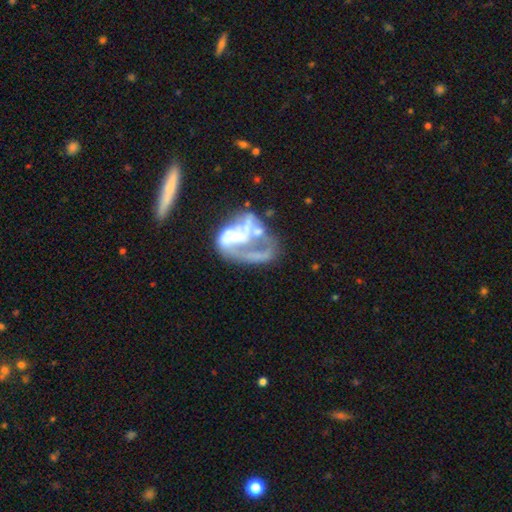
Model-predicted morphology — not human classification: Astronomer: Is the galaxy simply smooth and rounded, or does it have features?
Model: featured or disk — 72%.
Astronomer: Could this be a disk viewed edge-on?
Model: no — 97%.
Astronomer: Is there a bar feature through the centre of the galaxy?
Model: no — 74%.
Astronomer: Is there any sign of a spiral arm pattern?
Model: no — 57% (runner-up: yes, 43%).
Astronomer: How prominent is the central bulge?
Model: none — 42% (runner-up: small, 29%).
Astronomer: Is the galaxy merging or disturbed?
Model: major disturbance — 43% (runner-up: merger, 22%).